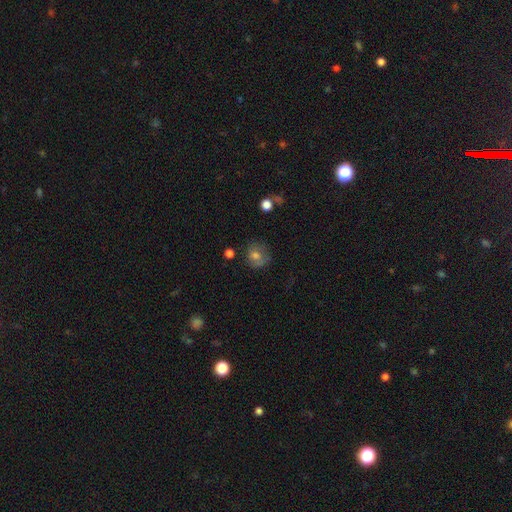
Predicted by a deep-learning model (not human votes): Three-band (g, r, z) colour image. It shows a smooth galaxy with no disk features (64%) that is round (82%). Merging: none (67%).